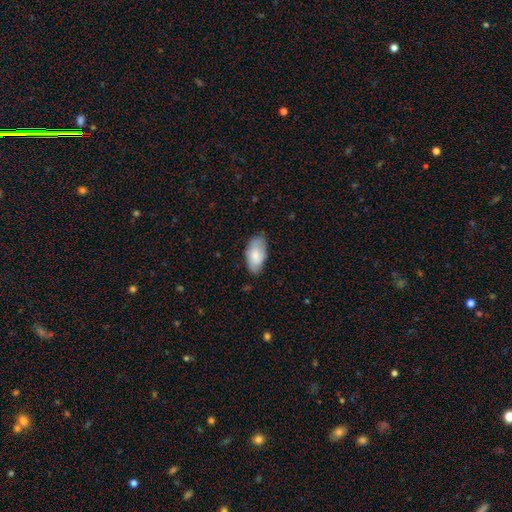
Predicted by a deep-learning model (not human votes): The model was most divided on "merging": none: 71%, minor disturbance: 23%, major disturbance: 4%, merger: 1%. More confident: how rounded — in between (94%); smooth or featured — smooth (78%).